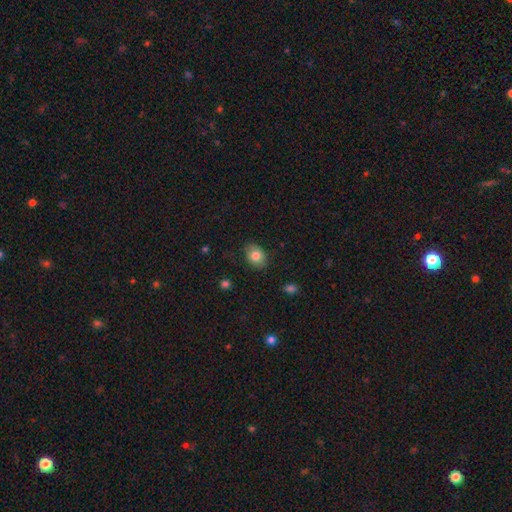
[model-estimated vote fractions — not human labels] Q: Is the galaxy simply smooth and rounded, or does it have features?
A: smooth — 81%.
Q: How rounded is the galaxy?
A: in between — 70%.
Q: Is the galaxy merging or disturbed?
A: none — 83%.